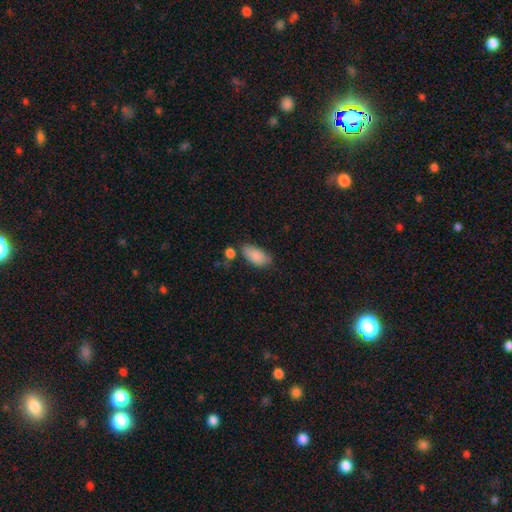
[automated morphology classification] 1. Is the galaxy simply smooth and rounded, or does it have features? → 86% smooth, 8% featured or disk, 7% star or artifact.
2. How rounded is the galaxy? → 91% in between, 6% cigar-shaped, 3% round.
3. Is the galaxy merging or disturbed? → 62% none, 24% minor disturbance, 9% merger, 6% major disturbance.